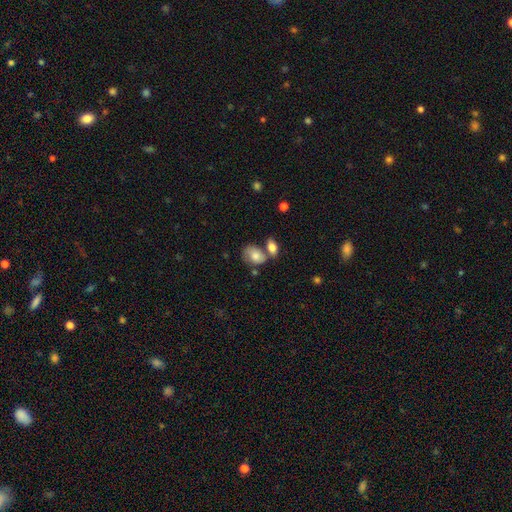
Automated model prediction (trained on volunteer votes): Q: Smooth or featured?
A: smooth (75%); runner-up: featured or disk (17%)
Q: How rounded?
A: in between (78%); runner-up: round (21%)
Q: Merging?
A: none (39%); runner-up: merger (37%)